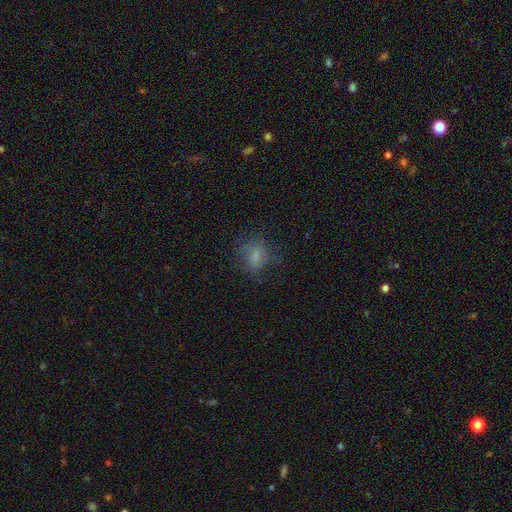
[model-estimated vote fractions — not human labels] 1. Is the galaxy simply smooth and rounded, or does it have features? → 64% smooth, 20% featured or disk, 15% star or artifact.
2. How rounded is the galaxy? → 50% in between, 46% round, 4% cigar-shaped.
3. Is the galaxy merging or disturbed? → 63% none, 20% minor disturbance, 16% major disturbance, 1% merger.